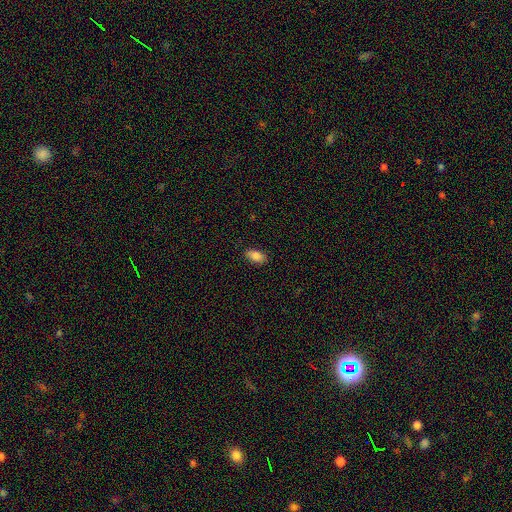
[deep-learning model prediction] Smooth or featured: smooth — 86% (star or artifact — 8%)
How rounded: in between — 91% (round — 5%)
Merging: none — 86% (minor disturbance — 11%)